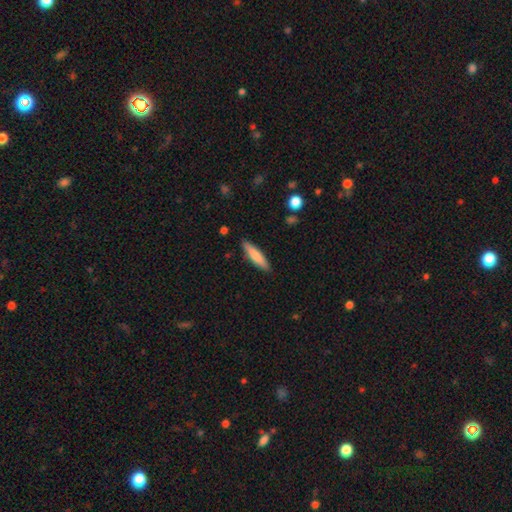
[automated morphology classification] A smooth galaxy with no disk features (77%) that is cigar-shaped (81%). Merging: none (88%).